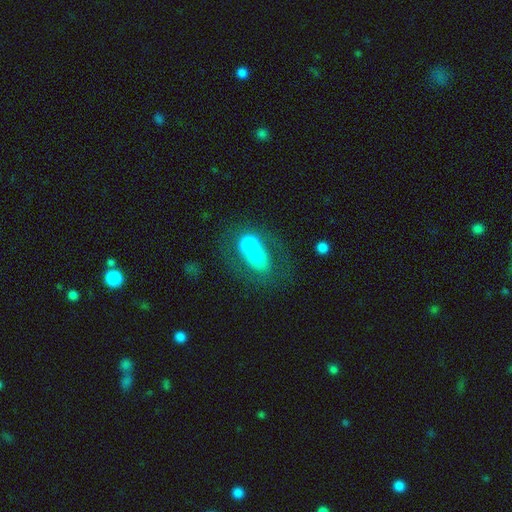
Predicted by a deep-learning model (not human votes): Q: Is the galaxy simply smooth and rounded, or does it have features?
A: smooth — 56%.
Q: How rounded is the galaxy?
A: round — 51%.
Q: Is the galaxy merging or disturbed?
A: merger — 62%.